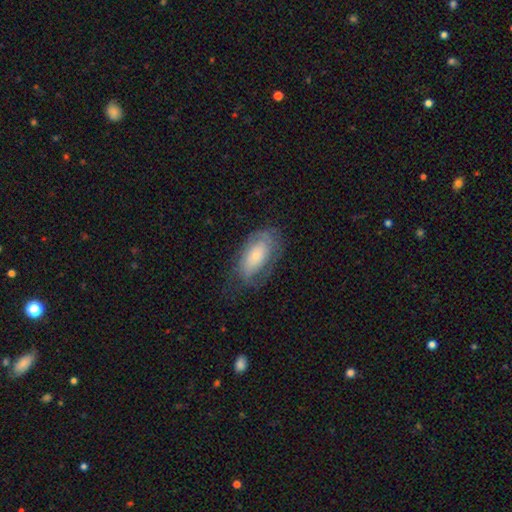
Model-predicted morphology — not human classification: featured or disk 51%, smooth 42%, star or artifact 7%. Down the decision tree: edge-on disk — no (93%); merging — none (60%).